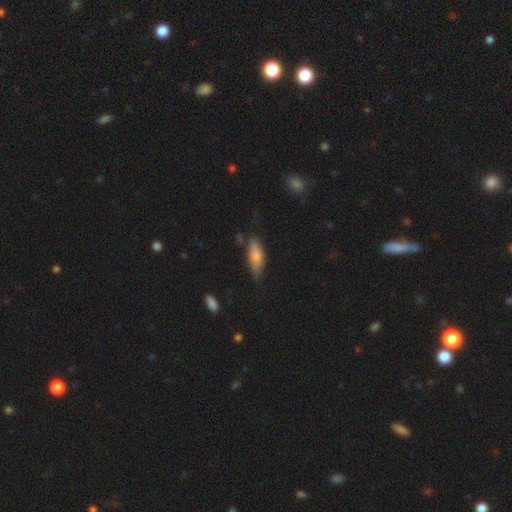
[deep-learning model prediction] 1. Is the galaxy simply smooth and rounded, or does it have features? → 78% smooth, 15% featured or disk, 6% star or artifact.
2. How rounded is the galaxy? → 61% in between, 37% cigar-shaped, 2% round.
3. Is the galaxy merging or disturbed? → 63% none, 27% minor disturbance, 7% major disturbance, 4% merger.